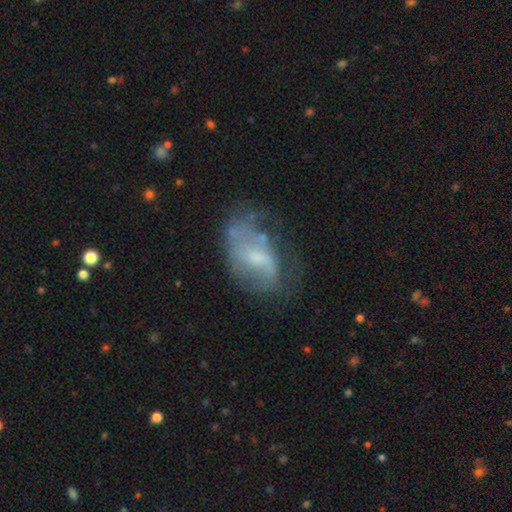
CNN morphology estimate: Overall: featured or disk (63%; smooth 28%). Edge-on disk: no (96%). Bar: weak (47%; no 41%). Spiral arms: yes (66%; no 34%). Bulge size: small (42%; moderate 33%). Merging: none (42%; minor disturbance 27%).